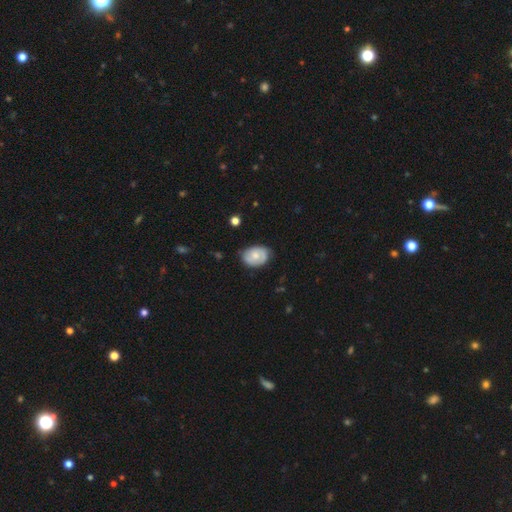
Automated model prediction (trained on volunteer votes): A smooth galaxy with no disk features (58%) that is in between round and cigar-shaped (75%).

Vote fractions:
- Smooth or featured? smooth: 58% / featured or disk: 35% / star or artifact: 7%
- How rounded? in between: 75% / round: 24% / cigar-shaped: 1%
- Merging? none: 70% / minor disturbance: 24% / major disturbance: 5% / merger: 2%